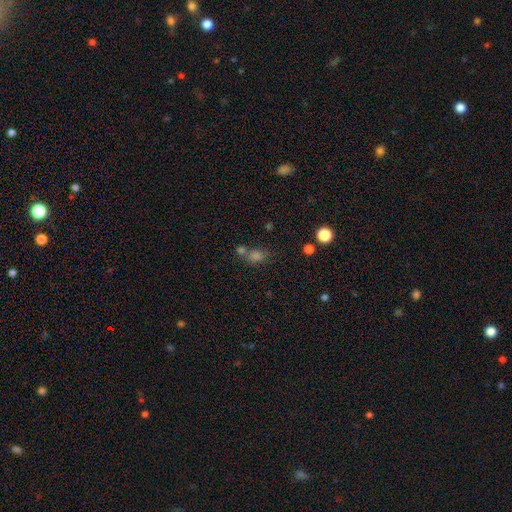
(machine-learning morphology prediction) This is likely a smooth galaxy (66%). How rounded: possibly round (49%). Merging: possibly none (49%).